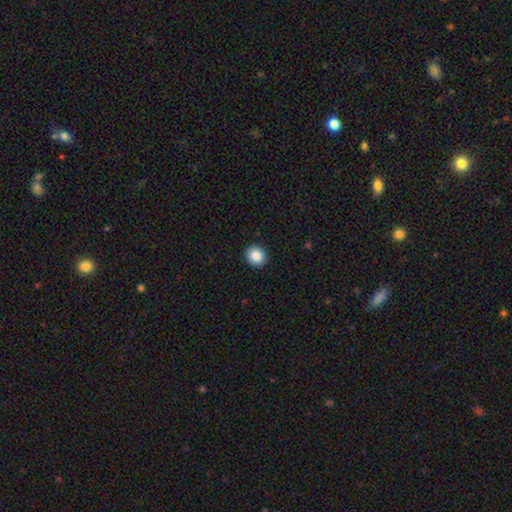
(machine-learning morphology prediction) This appears to be a smooth galaxy with no disk features (85%) that is round (82%). Merging: none (93%).